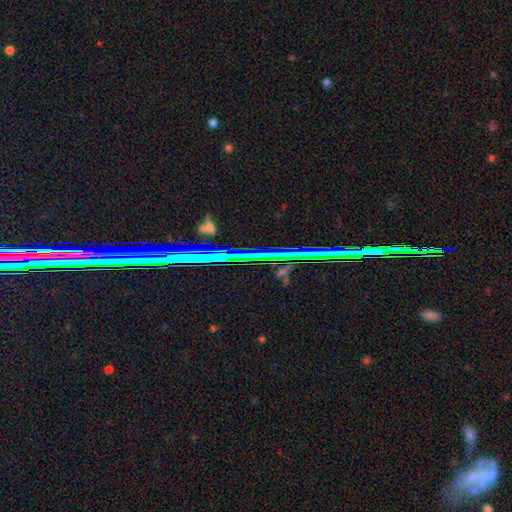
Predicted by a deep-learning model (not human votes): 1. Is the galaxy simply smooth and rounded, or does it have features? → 79% star or artifact, 13% featured or disk, 8% smooth.